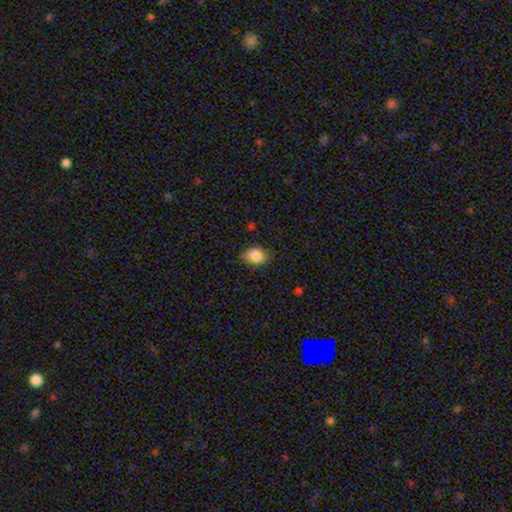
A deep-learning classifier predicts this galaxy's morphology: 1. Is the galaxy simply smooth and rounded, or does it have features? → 86% smooth, 8% star or artifact, 6% featured or disk.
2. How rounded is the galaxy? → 75% in between, 24% round, 1% cigar-shaped.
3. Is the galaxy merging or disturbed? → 77% none, 18% minor disturbance, 3% major disturbance, 1% merger.